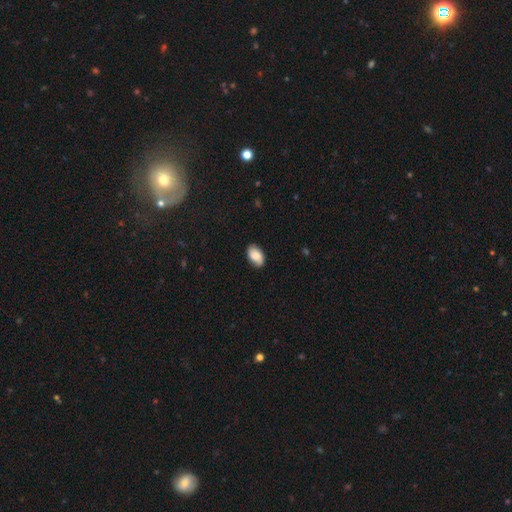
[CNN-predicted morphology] A smooth galaxy with no disk features (81%) that is in between round and cigar-shaped (93%).

Vote fractions:
- Smooth or featured? smooth: 81% / featured or disk: 12% / star or artifact: 7%
- How rounded? in between: 93% / round: 5% / cigar-shaped: 2%
- Merging? none: 83% / minor disturbance: 13% / major disturbance: 3% / merger: 1%